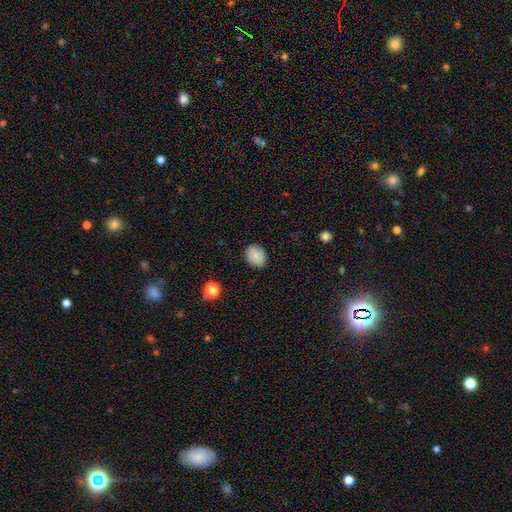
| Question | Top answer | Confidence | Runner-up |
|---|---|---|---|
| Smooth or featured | smooth | 89% | featured or disk (8%) |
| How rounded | in between | 61% | round (39%) |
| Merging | none | 81% | minor disturbance (14%) |